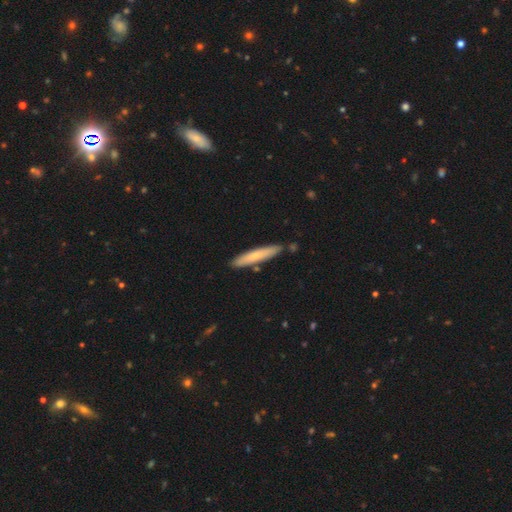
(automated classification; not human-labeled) smooth_or_featured: smooth (p=0.69) [alt: featured or disk p=0.26]
how_rounded: cigar-shaped (p=0.91) [alt: in between p=0.08]
merging: none (p=0.83) [alt: minor disturbance p=0.11]